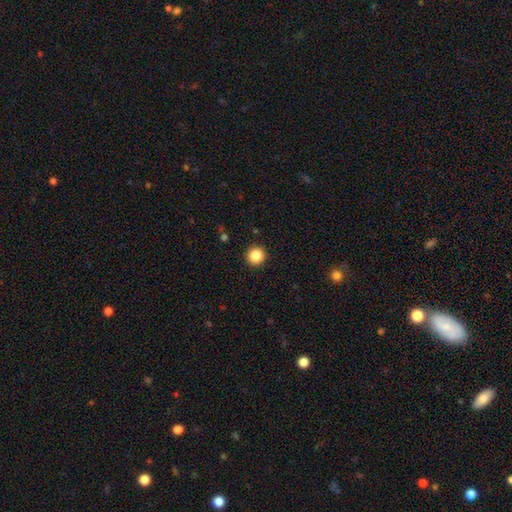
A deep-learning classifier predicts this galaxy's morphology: The model was most divided on "smooth or featured": smooth: 86%, star or artifact: 10%, featured or disk: 4%. More confident: how rounded — round (94%); merging — none (92%).